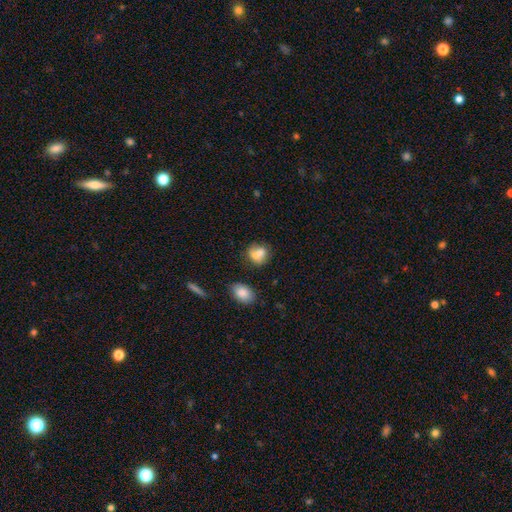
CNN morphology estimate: smooth-or-featured: smooth: 73% | featured or disk: 18% | star or artifact: 10%
  how-rounded: round: 64% | in between: 34% | cigar-shaped: 1%
  merging: merger: 47% | none: 37% | minor disturbance: 12% | major disturbance: 5%